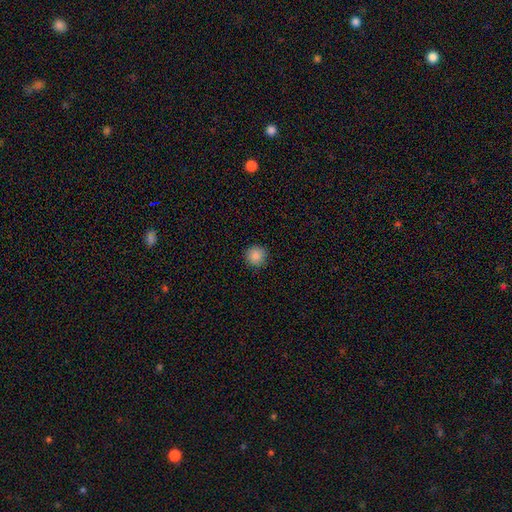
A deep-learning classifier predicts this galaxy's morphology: The model was most divided on "smooth or featured": smooth: 87%, star or artifact: 10%, featured or disk: 3%. More confident: how rounded — round (94%); merging — none (91%).